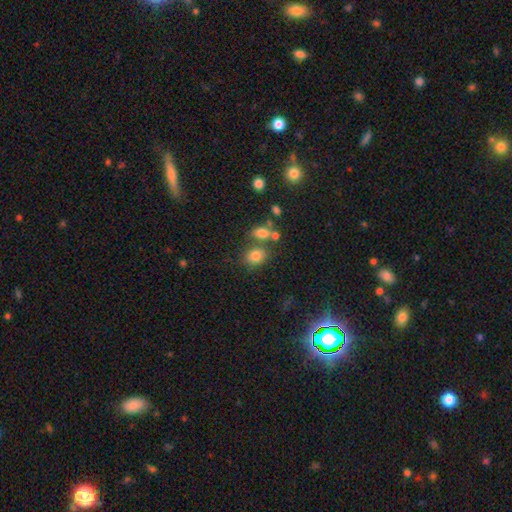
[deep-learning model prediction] Morphology: type=smooth (79%); roundness=round (54%); merging=none (58%).